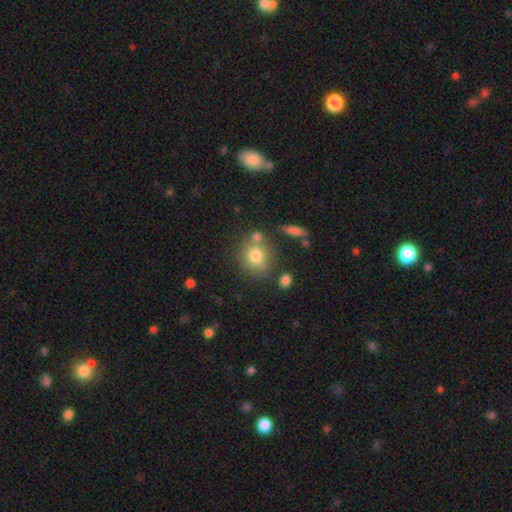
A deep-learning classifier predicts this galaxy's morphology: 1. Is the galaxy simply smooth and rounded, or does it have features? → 77% smooth, 12% featured or disk, 11% star or artifact.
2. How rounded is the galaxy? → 79% round, 20% in between, 1% cigar-shaped.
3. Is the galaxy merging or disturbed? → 65% none, 17% merger, 13% minor disturbance, 5% major disturbance.